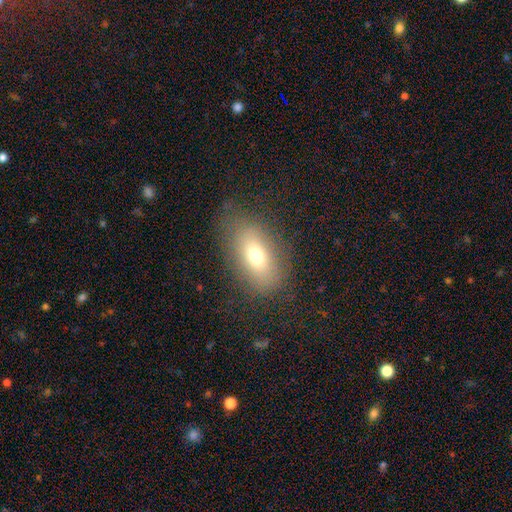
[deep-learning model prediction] Smooth or featured?
  - smooth: 69% *
  - featured or disk: 20%
  - star or artifact: 11%
How rounded?
  - in between: 87% *
  - round: 8%
  - cigar-shaped: 5%
Merging?
  - none: 76% *
  - minor disturbance: 16%
  - major disturbance: 7%
  - merger: 1%